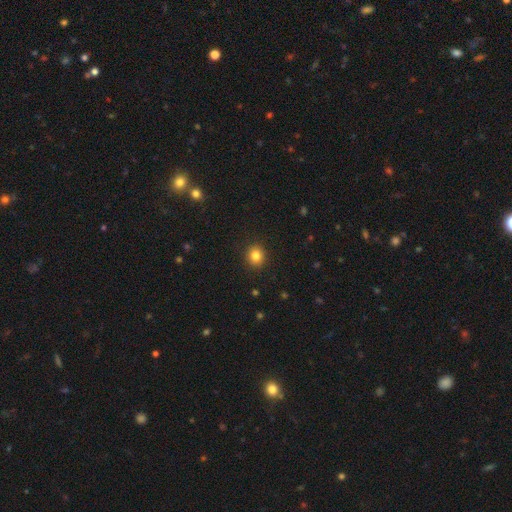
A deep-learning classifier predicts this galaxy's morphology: smooth 83%, star or artifact 11%, featured or disk 5%. Down the decision tree: how rounded — round (82%); merging — none (91%).